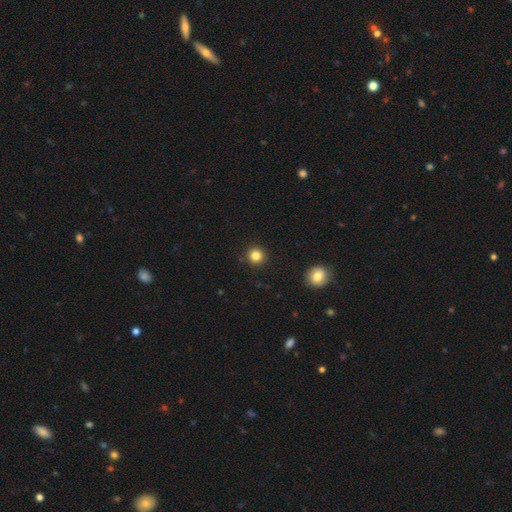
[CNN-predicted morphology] type=smooth (83%); roundness=round (94%); merging=none (92%).